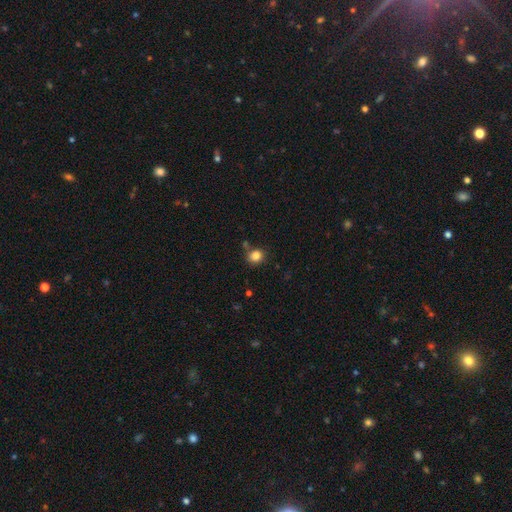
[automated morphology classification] Q: Smooth or featured?
A: smooth (84%); runner-up: star or artifact (11%)
Q: How rounded?
A: round (79%); runner-up: in between (20%)
Q: Merging?
A: none (76%); runner-up: minor disturbance (13%)